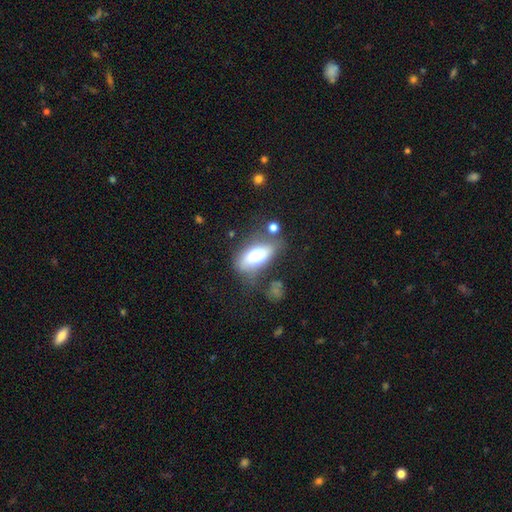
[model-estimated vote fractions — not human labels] A smooth galaxy with no disk features (66%) that is in between round and cigar-shaped (83%).

Vote fractions:
- Smooth or featured? smooth: 66% / featured or disk: 26% / star or artifact: 8%
- How rounded? in between: 83% / cigar-shaped: 11% / round: 5%
- Merging? none: 51% / minor disturbance: 24% / major disturbance: 15% / merger: 10%